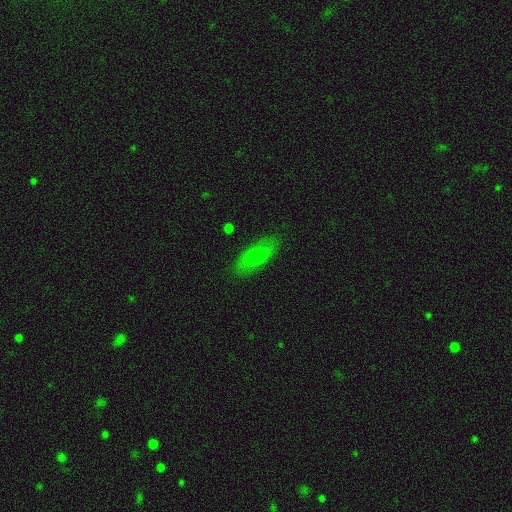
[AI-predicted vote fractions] smooth-or-featured: smooth: 70% | featured or disk: 22% | star or artifact: 8%
  how-rounded: in between: 79% | cigar-shaped: 18% | round: 3%
  merging: none: 81% | minor disturbance: 14% | major disturbance: 4% | merger: 1%